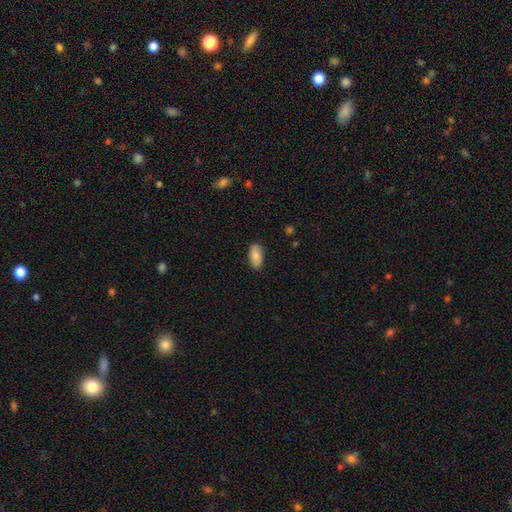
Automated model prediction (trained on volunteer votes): Smooth or featured? Predicted: smooth (p=0.81). How rounded? Predicted: in between (p=0.91). Merging? Predicted: none (p=0.86).